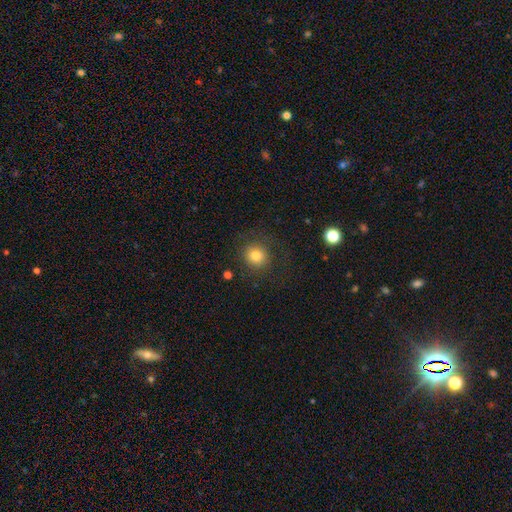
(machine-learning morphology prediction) Smooth or featured? Predicted: smooth (p=0.79). How rounded? Predicted: round (p=0.90). Merging? Predicted: none (p=0.83).